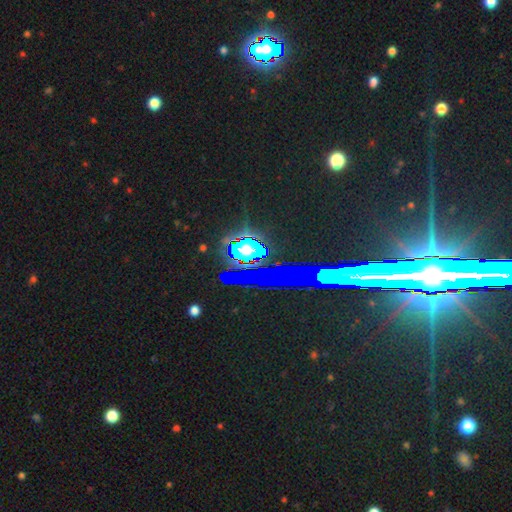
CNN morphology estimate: This appears to be a star or artifact, not a galaxy (77%).